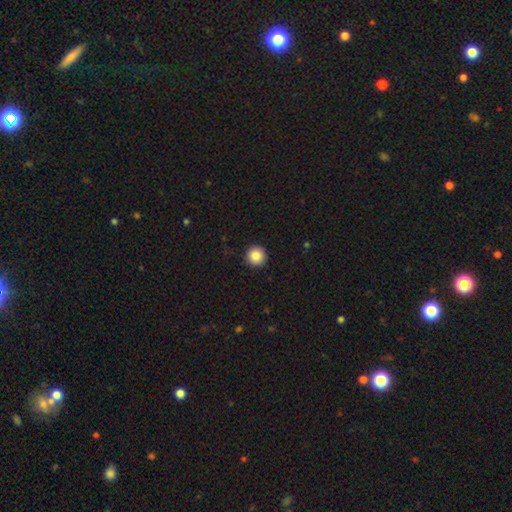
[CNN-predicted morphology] smooth 85%, star or artifact 9%, featured or disk 5%. Down the decision tree: how rounded — round (95%); merging — none (92%).